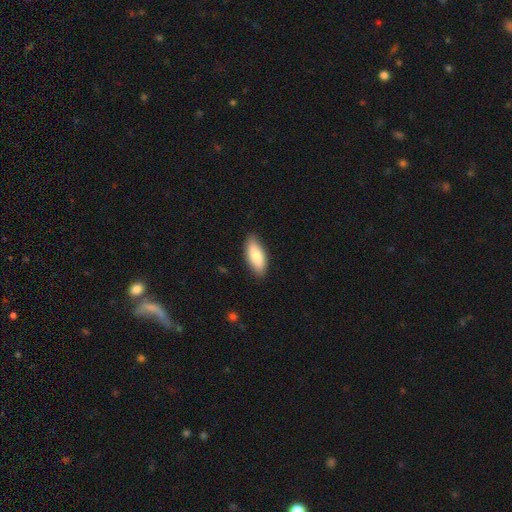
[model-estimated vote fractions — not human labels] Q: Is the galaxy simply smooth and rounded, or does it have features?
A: smooth — 83%.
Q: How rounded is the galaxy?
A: in between — 84%.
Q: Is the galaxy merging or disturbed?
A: none — 85%.